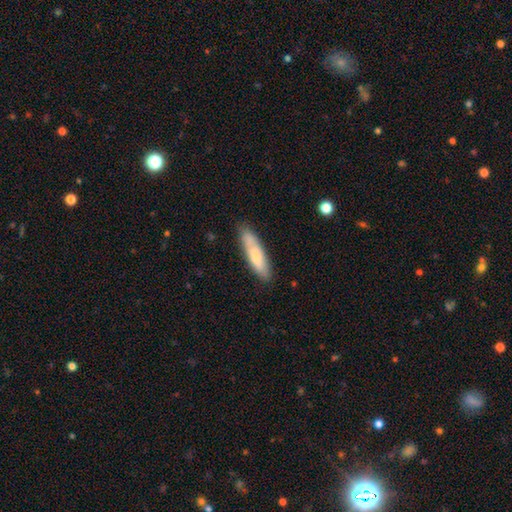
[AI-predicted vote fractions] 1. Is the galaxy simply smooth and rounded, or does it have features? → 72% smooth, 22% featured or disk, 6% star or artifact.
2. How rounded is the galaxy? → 69% cigar-shaped, 30% in between, 1% round.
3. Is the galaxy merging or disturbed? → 79% none, 16% minor disturbance, 3% major disturbance, 2% merger.